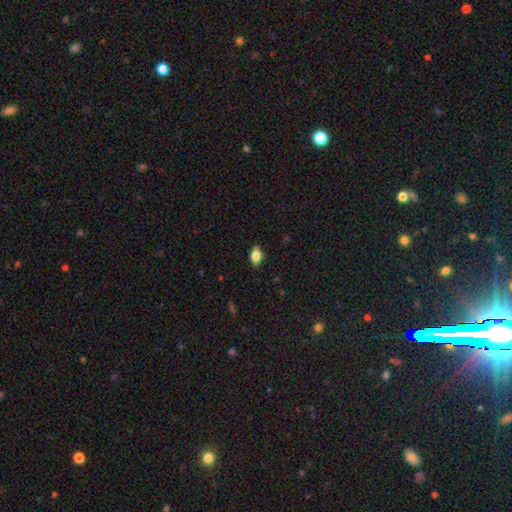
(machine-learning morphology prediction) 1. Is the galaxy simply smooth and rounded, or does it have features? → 73% smooth, 18% featured or disk, 9% star or artifact.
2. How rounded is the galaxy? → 86% in between, 8% round, 7% cigar-shaped.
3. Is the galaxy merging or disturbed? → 86% none, 11% minor disturbance, 2% major disturbance, 1% merger.